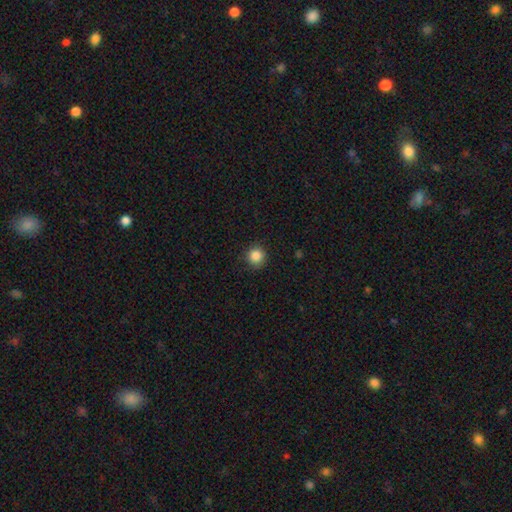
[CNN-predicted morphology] Smooth or featured: smooth — 86% (star or artifact — 10%)
How rounded: round — 92% (in between — 7%)
Merging: none — 88% (minor disturbance — 8%)